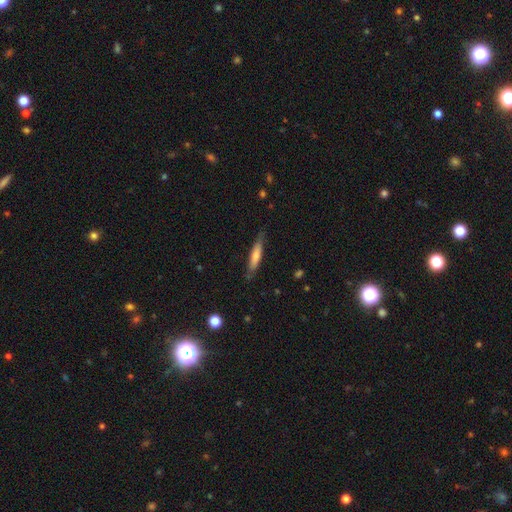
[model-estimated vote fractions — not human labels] A smooth galaxy with no disk features (64%) that is cigar-shaped (85%). Merging: none (79%).